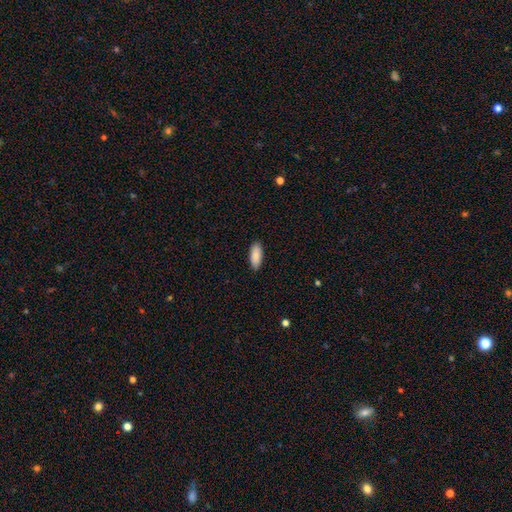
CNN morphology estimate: smooth 88%, star or artifact 6%, featured or disk 6%. Down the decision tree: how rounded — in between (81%); merging — none (90%).